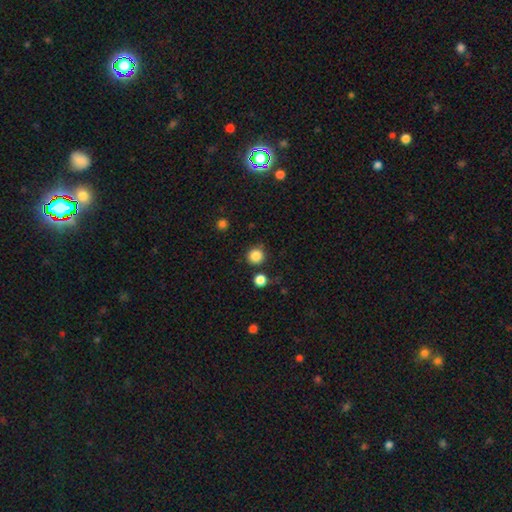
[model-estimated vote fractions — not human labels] Smooth or featured? Predicted: smooth (p=0.85). How rounded? Predicted: round (p=0.94). Merging? Predicted: none (p=0.86).